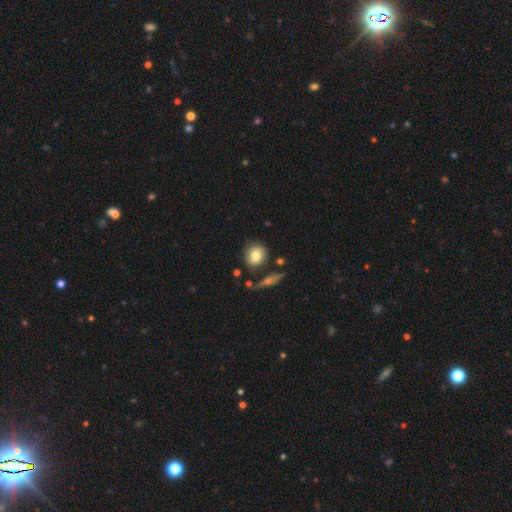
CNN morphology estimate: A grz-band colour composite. It shows a smooth galaxy with no disk features (78%) that is round (70%). Merging: none (75%).